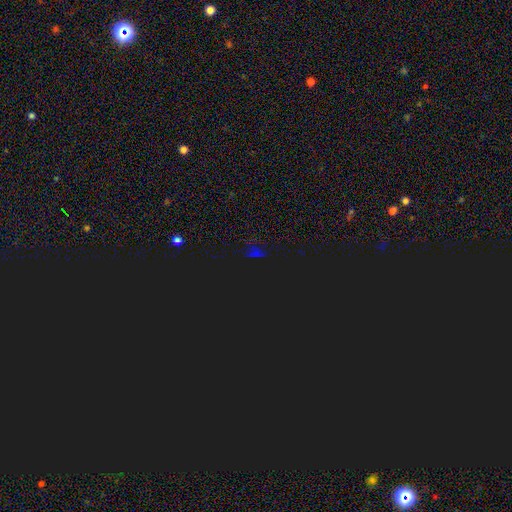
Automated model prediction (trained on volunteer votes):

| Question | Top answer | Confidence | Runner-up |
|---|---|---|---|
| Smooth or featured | star or artifact | 77% | smooth (16%) |